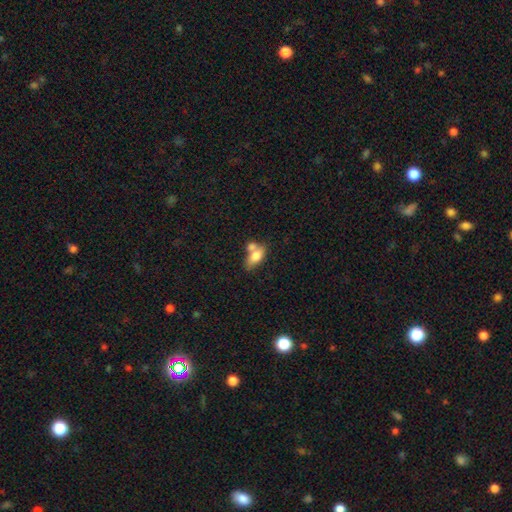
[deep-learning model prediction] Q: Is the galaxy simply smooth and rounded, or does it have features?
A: smooth — 74%.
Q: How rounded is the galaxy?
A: in between — 84%.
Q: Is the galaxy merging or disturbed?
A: merger — 48%.